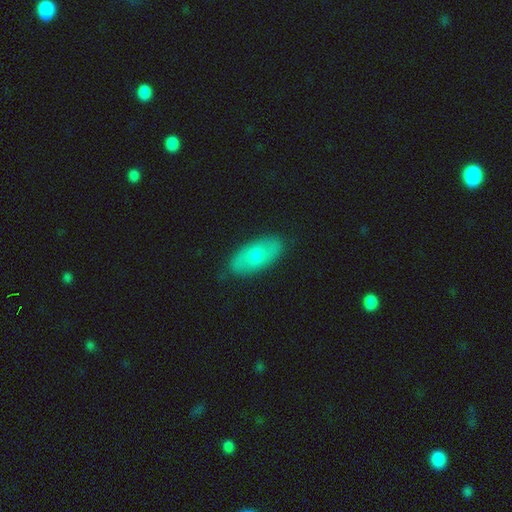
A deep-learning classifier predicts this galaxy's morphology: The model was most divided on "smooth or featured": smooth: 63%, featured or disk: 30%, star or artifact: 6%. More confident: how rounded — in between (91%); merging — none (83%).